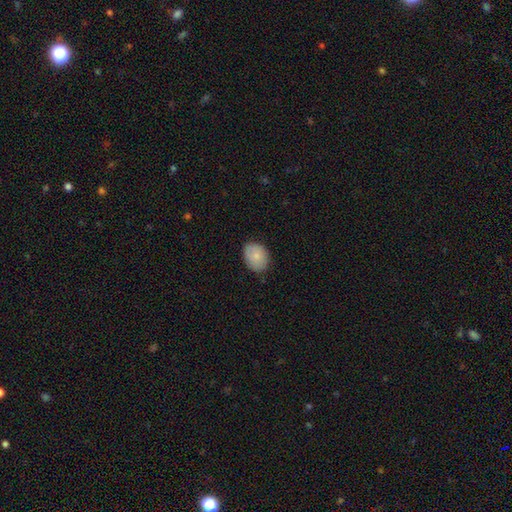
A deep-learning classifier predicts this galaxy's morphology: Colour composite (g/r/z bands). It shows a smooth galaxy with no disk features (81%) that is in between round and cigar-shaped (66%). Merging: none (79%).